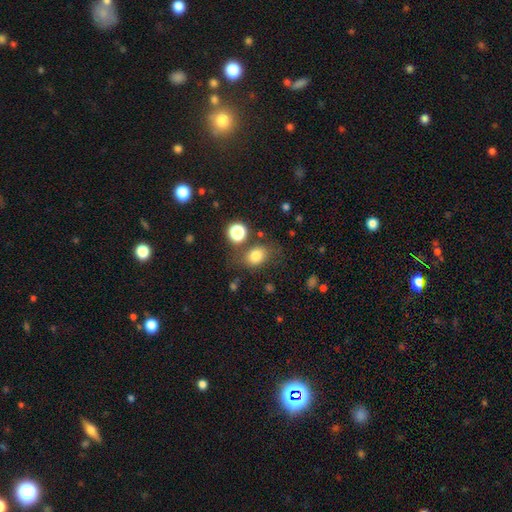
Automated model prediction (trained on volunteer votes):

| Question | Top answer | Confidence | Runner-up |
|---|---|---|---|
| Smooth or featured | smooth | 79% | star or artifact (13%) |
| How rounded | in between | 56% | round (43%) |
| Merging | none | 68% | minor disturbance (17%) |